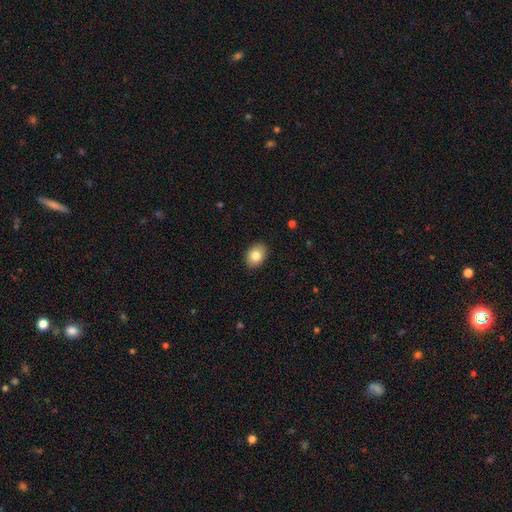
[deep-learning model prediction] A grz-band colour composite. It shows a smooth galaxy with no disk features (83%) that is in between round and cigar-shaped (71%). Merging: none (89%).